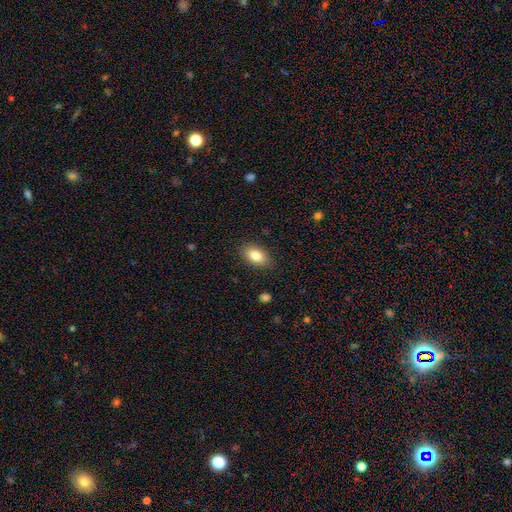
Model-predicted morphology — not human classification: smooth 84%, featured or disk 9%, star or artifact 8%. Down the decision tree: how rounded — in between (91%); merging — none (85%).